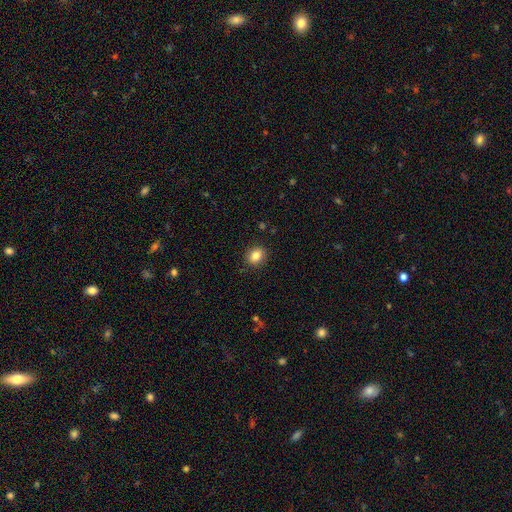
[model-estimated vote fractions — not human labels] Smooth or featured: smooth — 84% (star or artifact — 10%)
How rounded: round — 56% (in between — 43%)
Merging: none — 89% (minor disturbance — 8%)